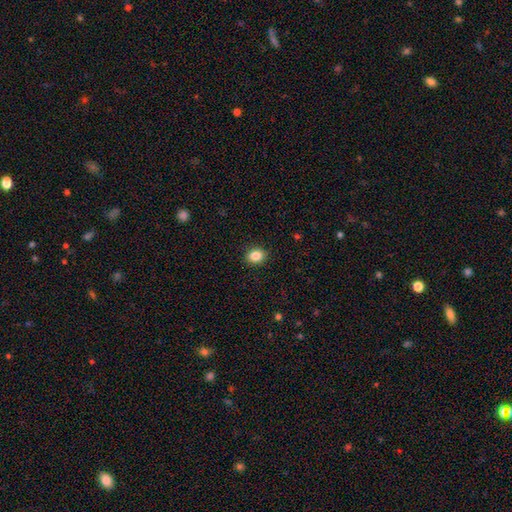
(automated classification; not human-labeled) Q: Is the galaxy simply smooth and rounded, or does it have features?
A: smooth — 85%.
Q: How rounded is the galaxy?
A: round — 59%.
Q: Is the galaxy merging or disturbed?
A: none — 90%.